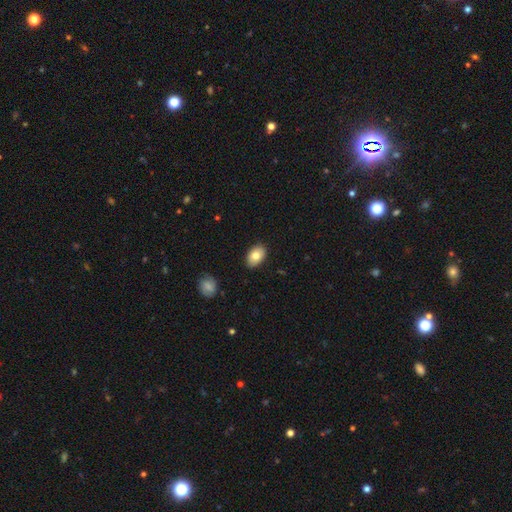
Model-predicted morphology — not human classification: Smooth or featured? Predicted: smooth (p=0.79). How rounded? Predicted: in between (p=0.89). Merging? Predicted: none (p=0.87).